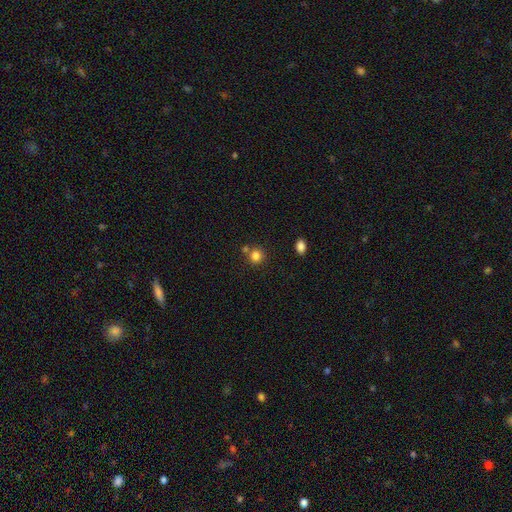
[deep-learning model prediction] A smooth galaxy with no disk features (82%) that is round (87%).

Vote fractions:
- Smooth or featured? smooth: 82% / star or artifact: 12% / featured or disk: 6%
- How rounded? round: 87% / in between: 12% / cigar-shaped: 1%
- Merging? none: 67% / merger: 20% / minor disturbance: 9% / major disturbance: 3%